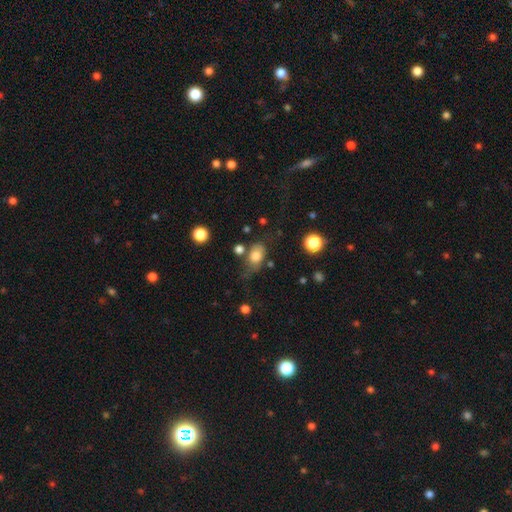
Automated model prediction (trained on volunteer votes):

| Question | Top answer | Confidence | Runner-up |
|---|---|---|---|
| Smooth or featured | smooth | 78% | featured or disk (12%) |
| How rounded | in between | 78% | round (20%) |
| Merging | none | 52% | minor disturbance (28%) |